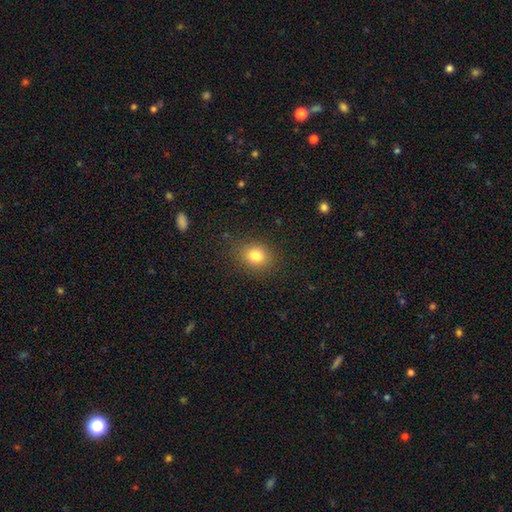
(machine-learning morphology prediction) Smooth or featured? smooth (81%)
How rounded? round (64%)
Merging? none (85%)